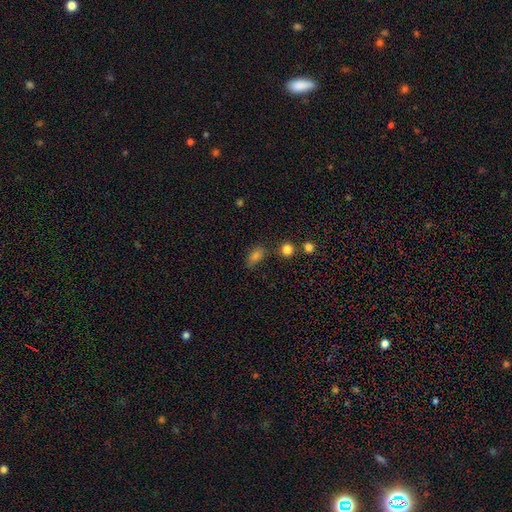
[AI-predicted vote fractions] Smooth or featured: smooth — 75% (star or artifact — 18%)
How rounded: in between — 79% (round — 16%)
Merging: none — 69% (minor disturbance — 19%)